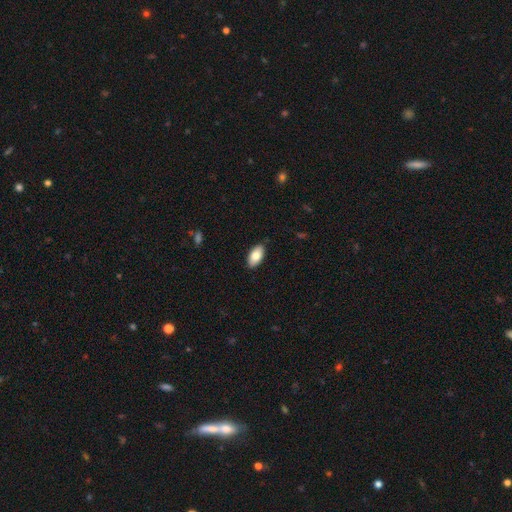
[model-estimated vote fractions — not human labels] A smooth galaxy with no disk features (81%) that is in between round and cigar-shaped (94%). Merging: none (87%).